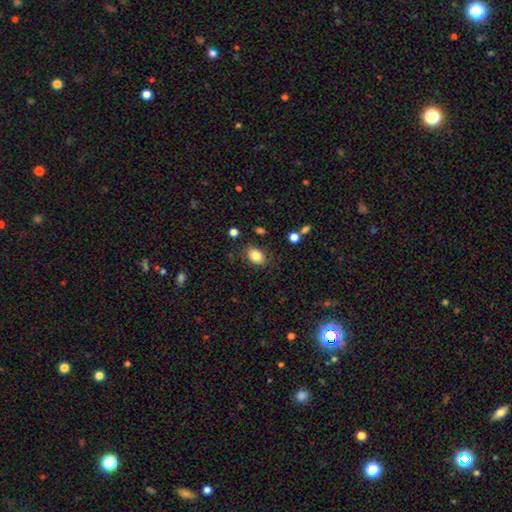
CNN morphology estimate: Smooth or featured? smooth (83%)
How rounded? in between (77%)
Merging? none (79%)